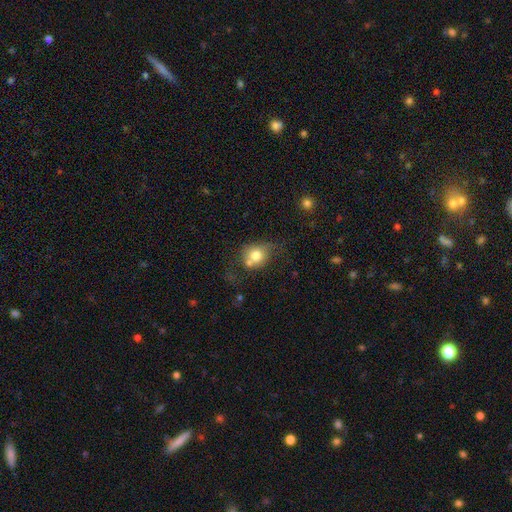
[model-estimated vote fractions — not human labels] This appears to be a smooth galaxy with no disk features (72%) that is round (69%). Merging: none (38%).